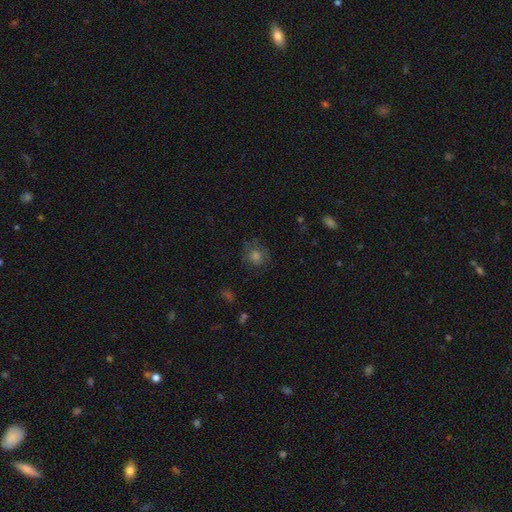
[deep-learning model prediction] smooth_or_featured: smooth (p=0.59) [alt: star or artifact p=0.22]
how_rounded: round (p=0.85) [alt: in between p=0.14]
merging: none (p=0.78) [alt: minor disturbance p=0.14]